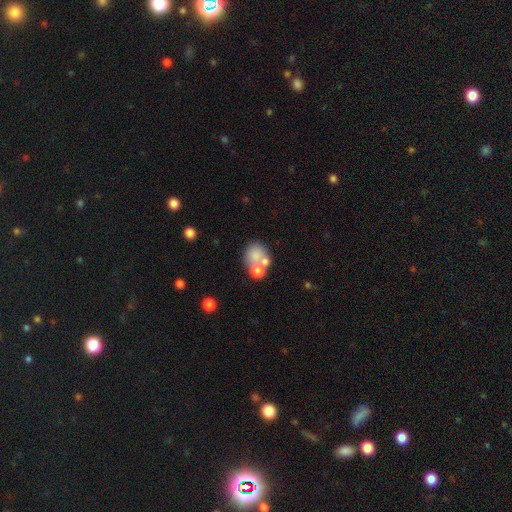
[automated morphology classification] A smooth galaxy with no disk features (66%) that is round (68%).

Vote fractions:
- Smooth or featured? smooth: 66% / featured or disk: 22% / star or artifact: 12%
- How rounded? round: 68% / in between: 31% / cigar-shaped: 1%
- Merging? merger: 45% / none: 38% / minor disturbance: 10% / major disturbance: 7%